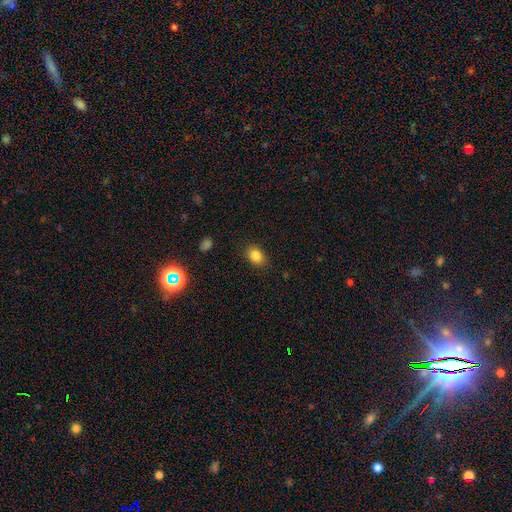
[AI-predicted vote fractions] Morphology: type=smooth (85%); roundness=in between (68%); merging=none (84%).